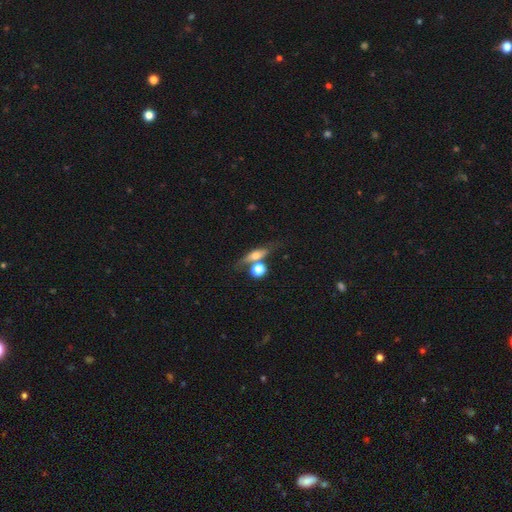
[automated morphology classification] A smooth galaxy with no disk features (48%).

Vote fractions:
- Smooth or featured? smooth: 48% / featured or disk: 41% / star or artifact: 11%
- Merging? none: 57% / merger: 22% / minor disturbance: 14% / major disturbance: 7%